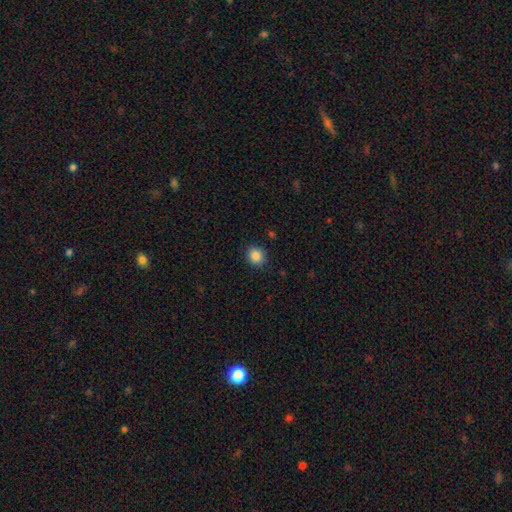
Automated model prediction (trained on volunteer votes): The model was most divided on "how rounded": round: 79%, in between: 20%, cigar-shaped: 1%. More confident: merging — none (88%); smooth or featured — smooth (87%).